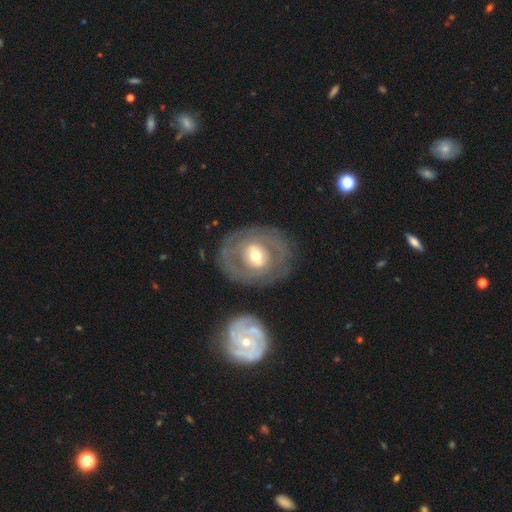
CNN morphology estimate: A featured or disk galaxy (74%) with a weak bar (39%), spiral arms (60%) and a moderate central bulge (67%). Merging: none (78%).